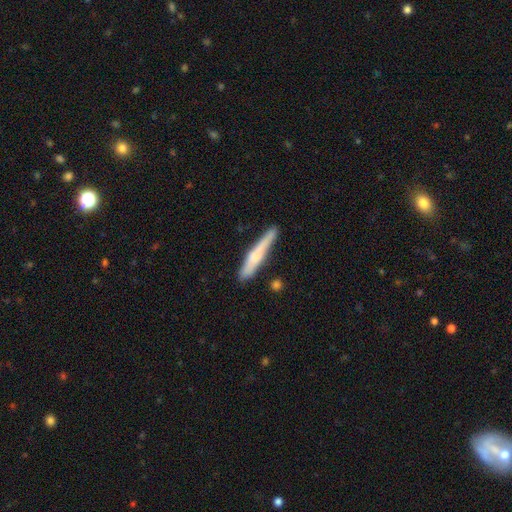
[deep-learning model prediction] Smooth or featured?
  - smooth: 54% *
  - featured or disk: 40%
  - star or artifact: 6%
How rounded?
  - cigar-shaped: 94% *
  - in between: 4%
  - round: 1%
Merging?
  - none: 76% *
  - minor disturbance: 17%
  - merger: 3%
  - major disturbance: 3%